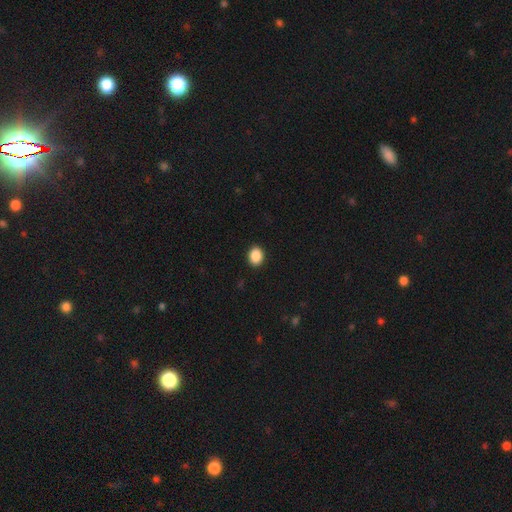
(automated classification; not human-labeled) This appears to be a smooth galaxy with no disk features (89%) that is in between round and cigar-shaped (52%). Merging: none (91%).